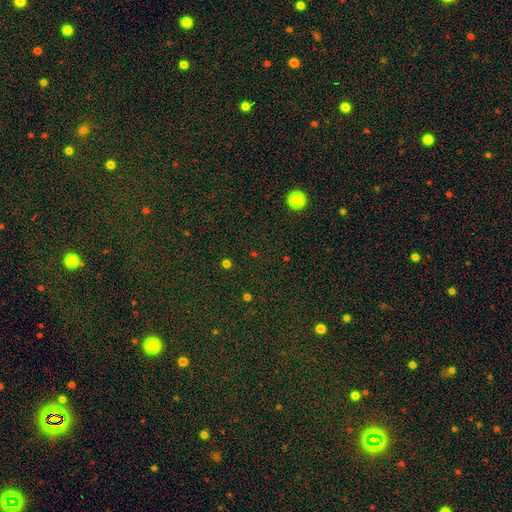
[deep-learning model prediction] This is likely a star or artifact rather than a galaxy (75%).